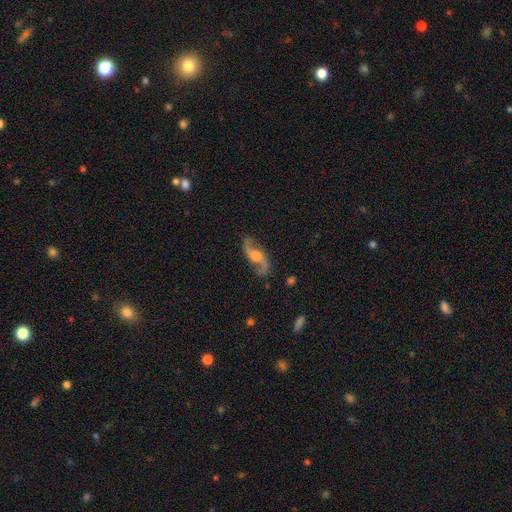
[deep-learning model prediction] Morphology: type=featured or disk (88%); edge-on=no (92%); bar=no (56%); spiral arms=yes (97%); winding=loose (63%); arm count=2 (94%); bulge=moderate (58%); merging=none (82%).